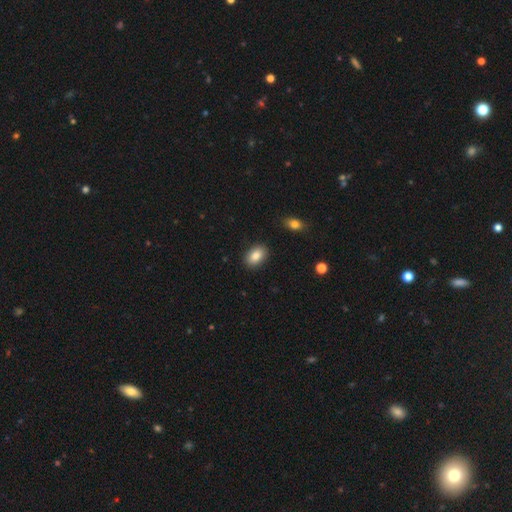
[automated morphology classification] This appears to be a smooth galaxy with no disk features (86%) that is in between round and cigar-shaped (87%). Merging: none (88%).